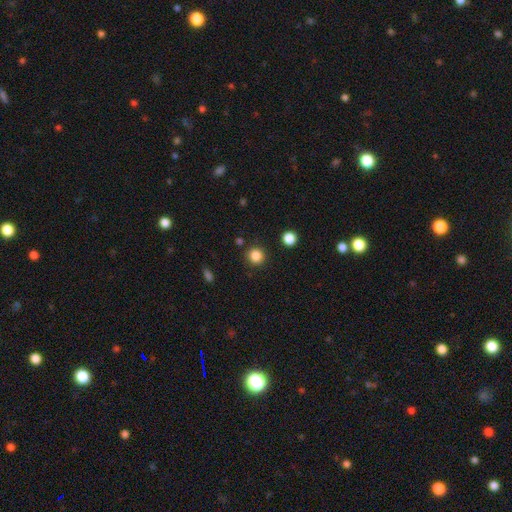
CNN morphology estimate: The model was most divided on "smooth or featured": smooth: 84%, star or artifact: 12%, featured or disk: 4%. More confident: how rounded — round (93%); merging — none (89%).